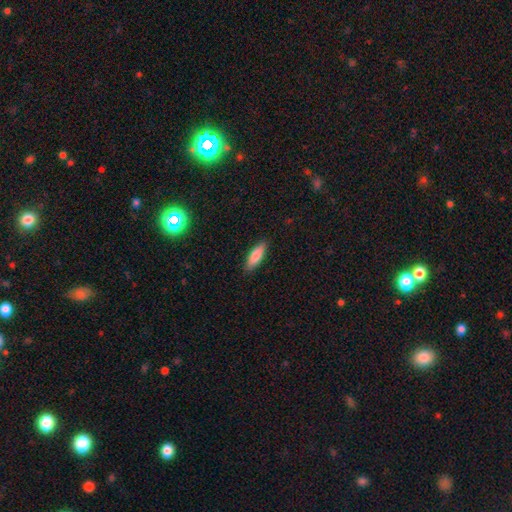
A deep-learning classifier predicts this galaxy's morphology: A smooth galaxy with no disk features (84%) that is in between round and cigar-shaped (52%).

Vote fractions:
- Smooth or featured? smooth: 84% / featured or disk: 10% / star or artifact: 6%
- How rounded? in between: 52% / cigar-shaped: 47% / round: 2%
- Merging? none: 88% / minor disturbance: 9% / major disturbance: 2% / merger: 1%